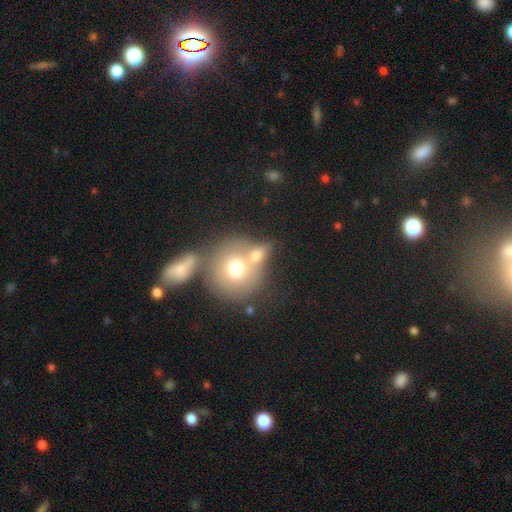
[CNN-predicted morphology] Smooth or featured? smooth (69%)
How rounded? round (73%)
Merging? merger (43%)